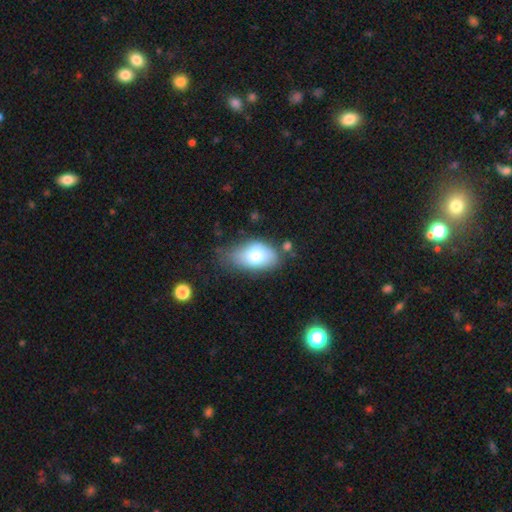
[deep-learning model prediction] smooth 74%, featured or disk 18%, star or artifact 8%. Down the decision tree: how rounded — in between (90%); merging — none (53%).